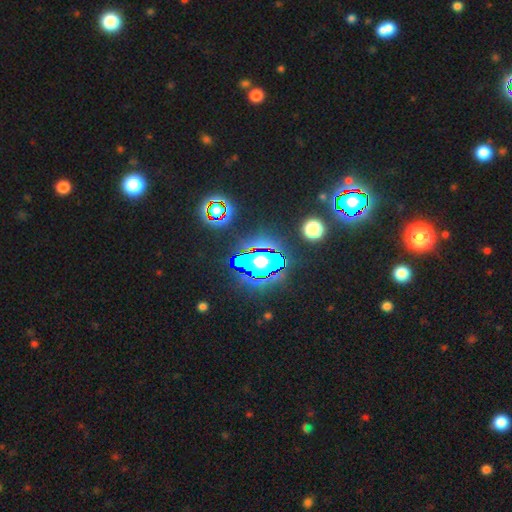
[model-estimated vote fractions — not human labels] Q: Smooth or featured?
A: star or artifact (61%); runner-up: smooth (23%)